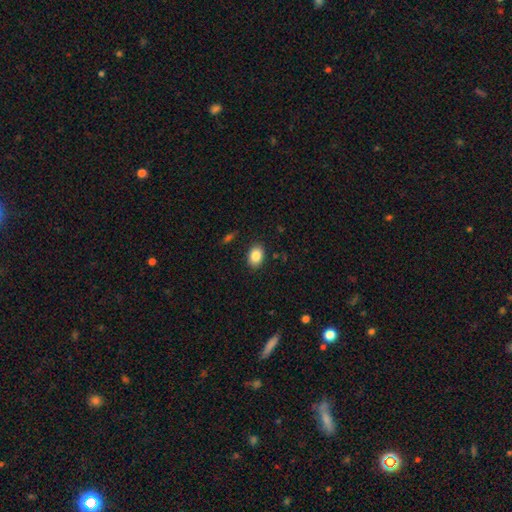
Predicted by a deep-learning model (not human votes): A smooth galaxy with no disk features (86%) that is in between round and cigar-shaped (79%).

Vote fractions:
- Smooth or featured? smooth: 86% / star or artifact: 8% / featured or disk: 6%
- How rounded? in between: 79% / round: 20% / cigar-shaped: 1%
- Merging? none: 88% / minor disturbance: 9% / major disturbance: 2% / merger: 1%